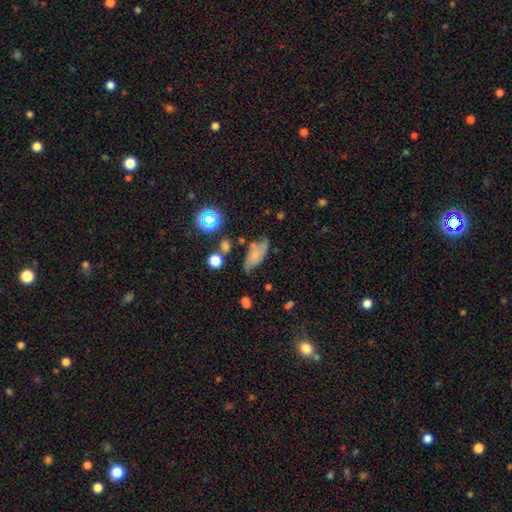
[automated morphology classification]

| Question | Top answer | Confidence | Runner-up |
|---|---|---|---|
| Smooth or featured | smooth | 50% | featured or disk (38%) |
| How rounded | in between | 84% | cigar-shaped (10%) |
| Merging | none | 52% | minor disturbance (30%) |